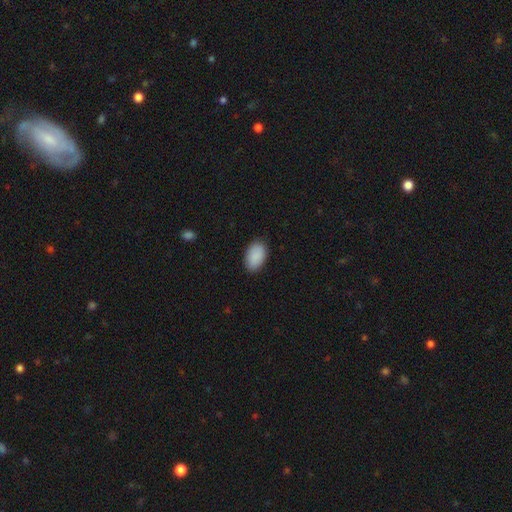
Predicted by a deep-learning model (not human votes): smooth-or-featured: smooth: 90% | star or artifact: 6% | featured or disk: 4%
  how-rounded: in between: 92% | round: 7% | cigar-shaped: 1%
  merging: none: 86% | minor disturbance: 11% | major disturbance: 2% | merger: 1%